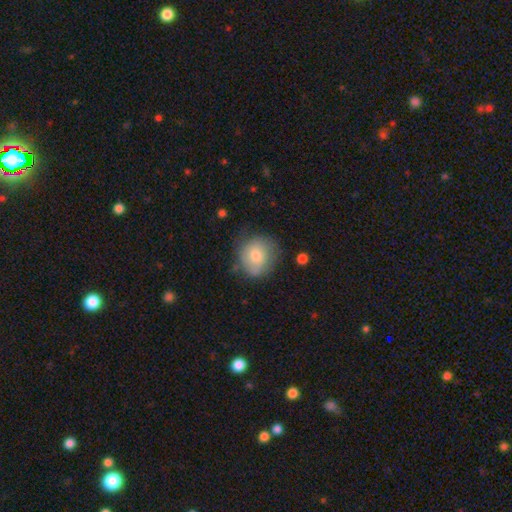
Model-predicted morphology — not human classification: A smooth galaxy with no disk features (67%) that is round (82%). Merging: none (67%).